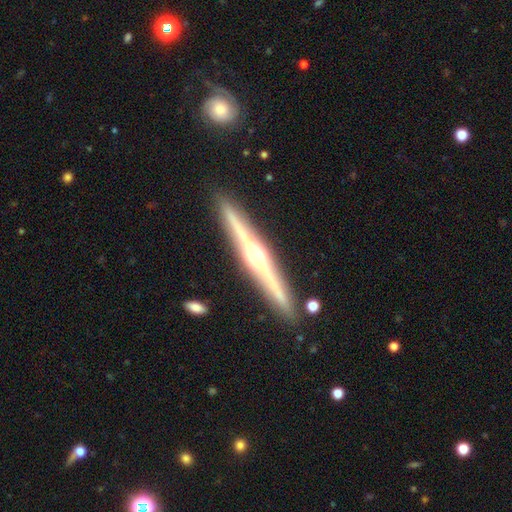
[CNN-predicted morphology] smooth_or_featured: featured or disk (p=0.85) [alt: smooth p=0.10]
disk_edge_on: yes (p=0.99) [alt: no p=0.01]
edge_on_bulge: rounded (p=0.89) [alt: boxy p=0.07]
merging: none (p=0.91) [alt: minor disturbance p=0.06]